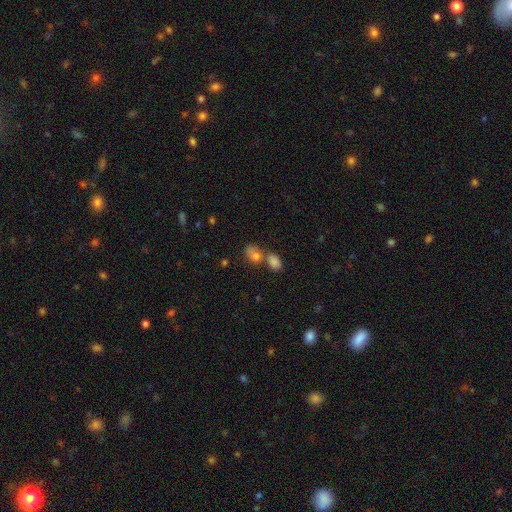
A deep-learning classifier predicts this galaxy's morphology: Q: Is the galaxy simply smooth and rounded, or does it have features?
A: smooth — 74%.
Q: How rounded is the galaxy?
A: in between — 72%.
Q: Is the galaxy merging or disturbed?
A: merger — 44%.